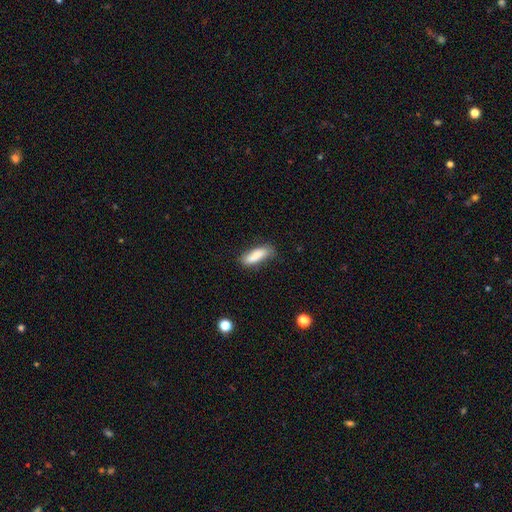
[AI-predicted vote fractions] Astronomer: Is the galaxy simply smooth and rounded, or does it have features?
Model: smooth — 84%.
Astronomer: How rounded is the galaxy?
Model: in between — 55% (runner-up: cigar-shaped, 43%).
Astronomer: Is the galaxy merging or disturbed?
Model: none — 69%.